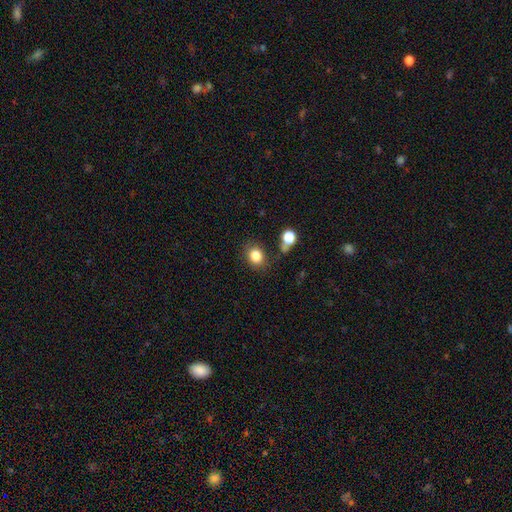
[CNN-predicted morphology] smooth-or-featured: smooth: 84% | star or artifact: 11% | featured or disk: 6%
  how-rounded: round: 55% | in between: 44% | cigar-shaped: 1%
  merging: none: 75% | minor disturbance: 14% | merger: 6% | major disturbance: 5%